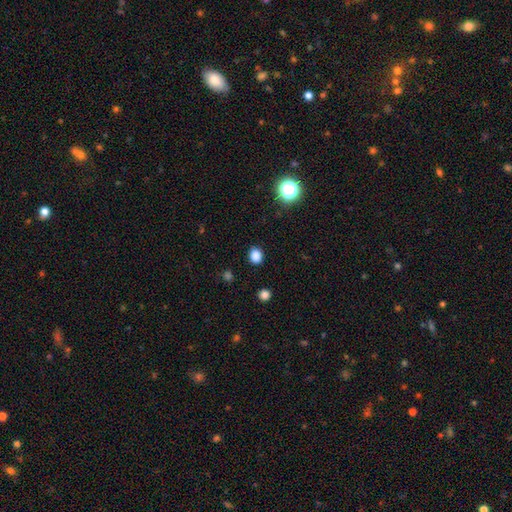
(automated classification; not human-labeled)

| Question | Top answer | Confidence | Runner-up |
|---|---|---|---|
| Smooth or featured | smooth | 84% | star or artifact (13%) |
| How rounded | round | 64% | in between (35%) |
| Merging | none | 88% | minor disturbance (8%) |